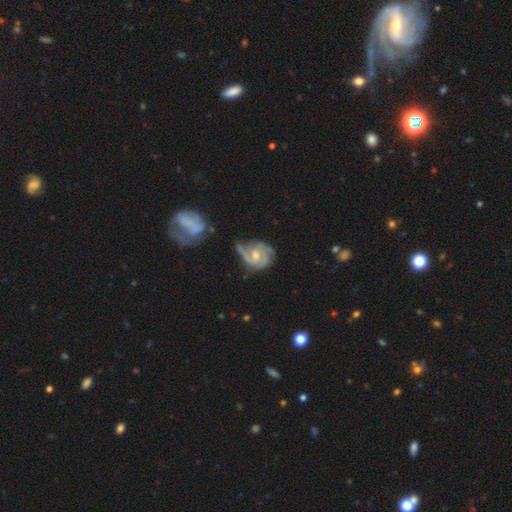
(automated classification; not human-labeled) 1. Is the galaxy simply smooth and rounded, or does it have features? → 81% featured or disk, 13% smooth, 6% star or artifact.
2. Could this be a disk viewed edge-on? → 98% no, 2% yes.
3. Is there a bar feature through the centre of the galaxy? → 52% no, 40% weak, 8% strong.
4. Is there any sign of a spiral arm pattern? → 94% yes, 6% no.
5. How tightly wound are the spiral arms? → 43% medium, 41% tight, 16% loose.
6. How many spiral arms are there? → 42% 2, 26% 3, 17% can't tell, 7% 1, 4% 4, 3% more than 4.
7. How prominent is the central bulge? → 55% moderate, 38% small, 3% none, 3% large, 1% dominant.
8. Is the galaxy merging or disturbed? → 48% none, 28% minor disturbance, 19% major disturbance, 6% merger.